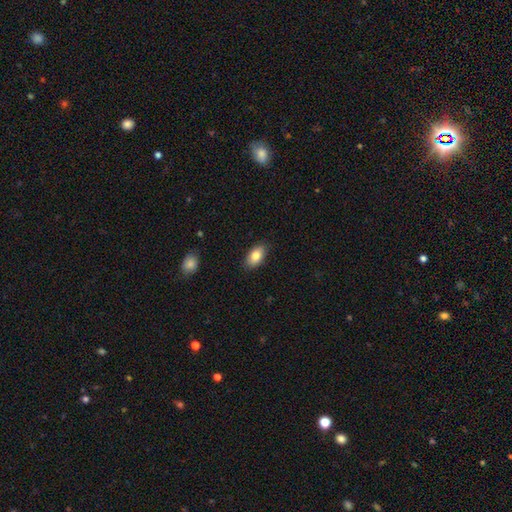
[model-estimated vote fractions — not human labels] Smooth or featured? smooth (82%)
How rounded? in between (92%)
Merging? none (86%)